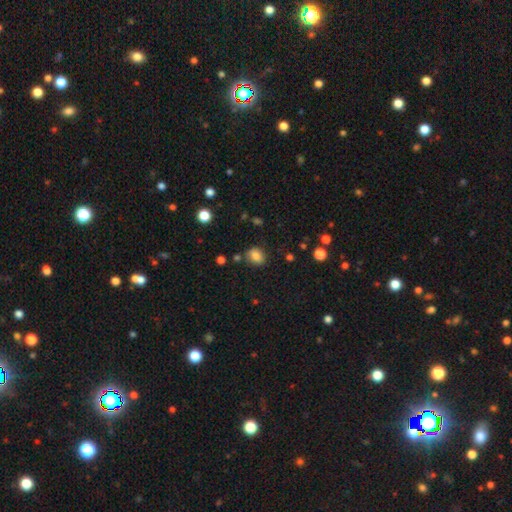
This is clearly a smooth galaxy (92%). How rounded: likely in between (69%). Merging: clearly none (80%).